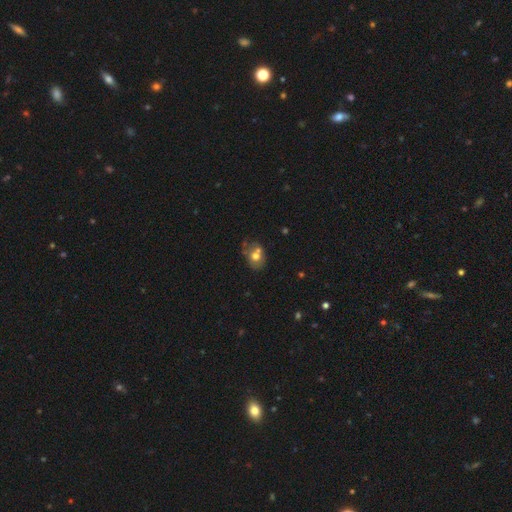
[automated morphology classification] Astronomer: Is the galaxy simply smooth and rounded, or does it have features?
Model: smooth — 62%.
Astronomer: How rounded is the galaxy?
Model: in between — 53% (runner-up: round, 46%).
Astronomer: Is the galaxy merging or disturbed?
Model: none — 43% (runner-up: merger, 31%).